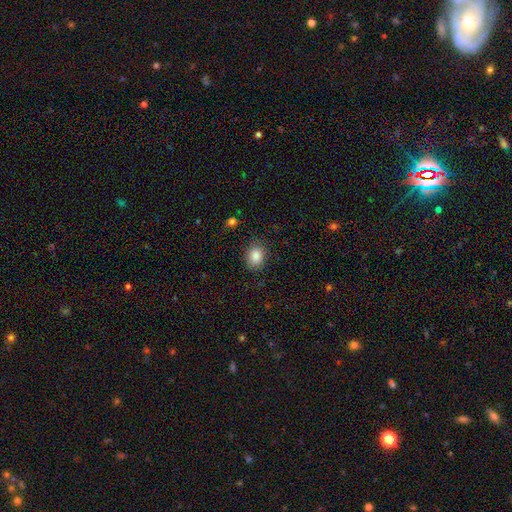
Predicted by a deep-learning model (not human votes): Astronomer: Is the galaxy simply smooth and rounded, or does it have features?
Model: smooth — 86%.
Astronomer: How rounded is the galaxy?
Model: in between — 55% (runner-up: round, 44%).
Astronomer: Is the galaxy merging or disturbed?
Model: none — 83%.